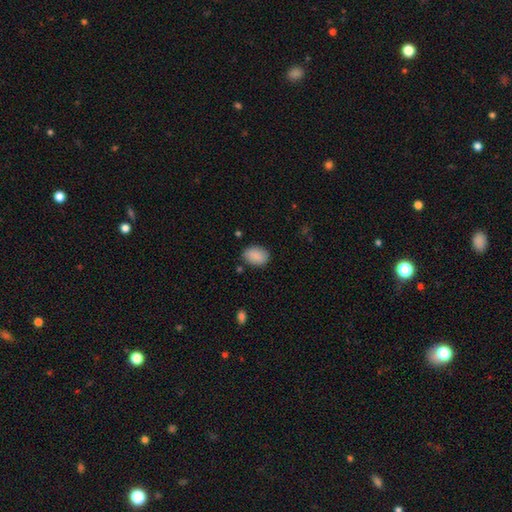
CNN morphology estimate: A smooth galaxy with no disk features (88%) that is in between round and cigar-shaped (78%). Merging: none (81%).